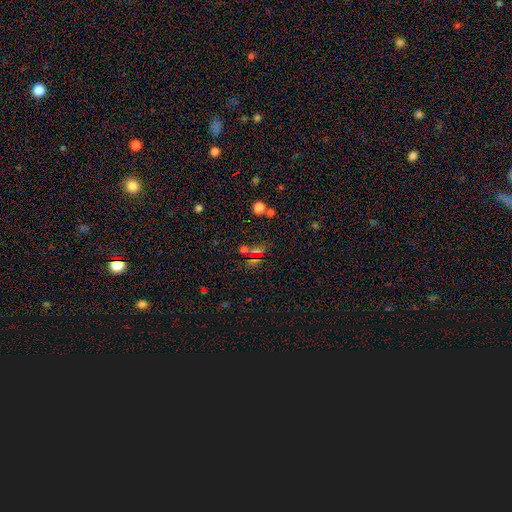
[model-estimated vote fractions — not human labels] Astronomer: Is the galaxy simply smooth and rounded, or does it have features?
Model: star or artifact — 45% (runner-up: smooth, 43%).